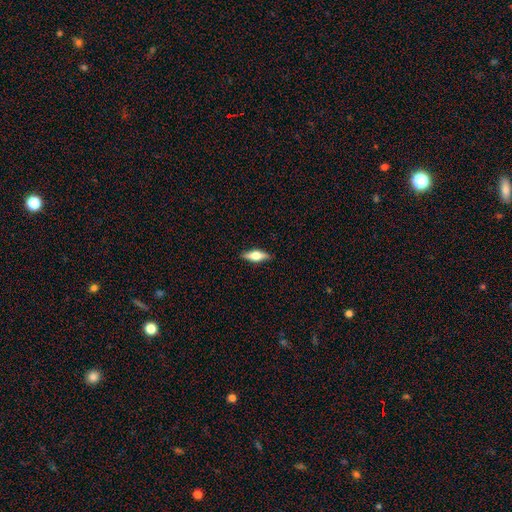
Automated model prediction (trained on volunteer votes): Smooth or featured: featured or disk — 53% (smooth — 41%)
Edge-on disk: yes — 93% (no — 7%)
Merging: none — 89% (minor disturbance — 9%)